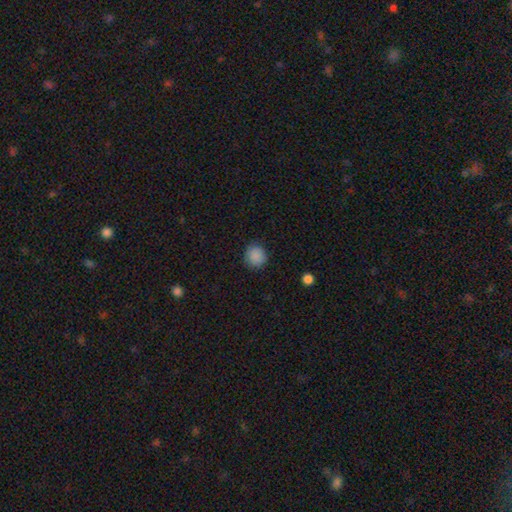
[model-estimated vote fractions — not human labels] This appears to be a smooth galaxy with no disk features (88%) that is round (89%). Merging: none (87%).